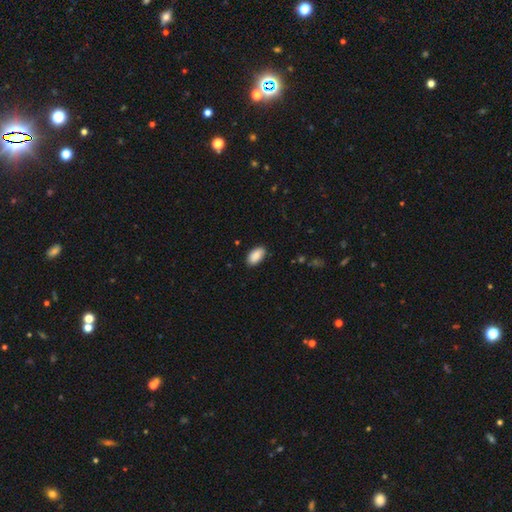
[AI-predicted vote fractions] Smooth or featured?
  - smooth: 90% *
  - star or artifact: 6%
  - featured or disk: 4%
How rounded?
  - in between: 95% *
  - round: 3%
  - cigar-shaped: 3%
Merging?
  - none: 85% *
  - minor disturbance: 11%
  - major disturbance: 2%
  - merger: 1%